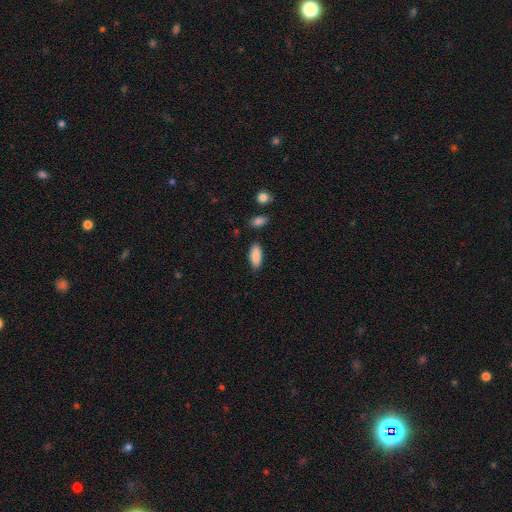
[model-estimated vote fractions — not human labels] smooth 89%, star or artifact 7%, featured or disk 4%. Down the decision tree: how rounded — in between (84%); merging — none (83%).